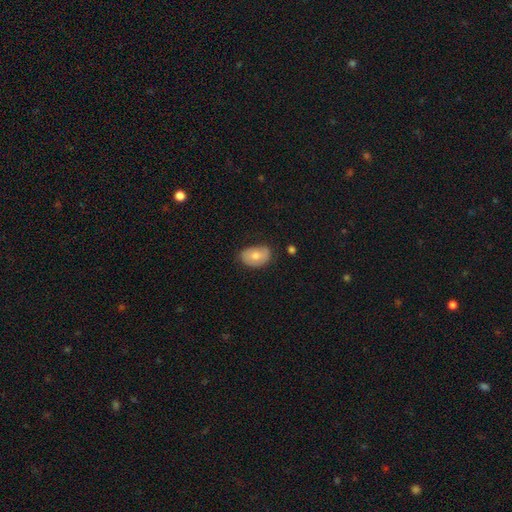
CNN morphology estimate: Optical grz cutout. It shows a smooth galaxy with no disk features (72%) that is in between round and cigar-shaped (84%). Merging: none (71%).